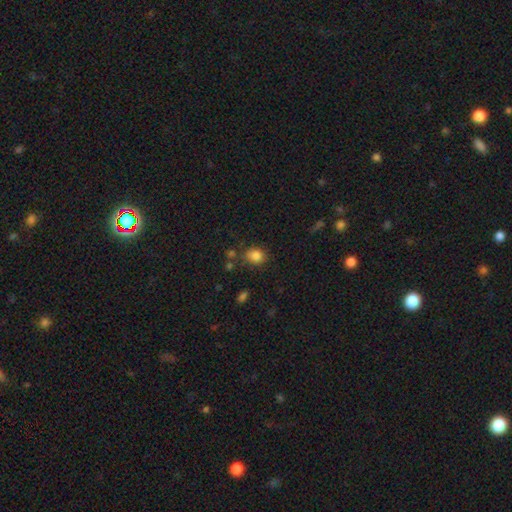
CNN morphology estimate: Overall: smooth (84%). How rounded: round (56%; in between 43%). Merging: none (72%).